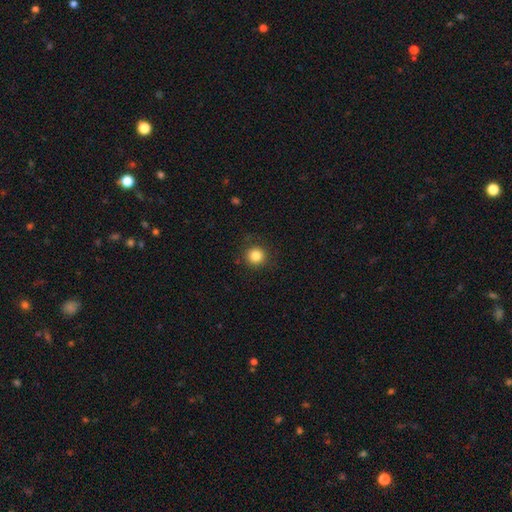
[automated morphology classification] Q: Smooth or featured?
A: smooth (84%); runner-up: star or artifact (11%)
Q: How rounded?
A: round (94%); runner-up: in between (5%)
Q: Merging?
A: none (88%); runner-up: minor disturbance (8%)